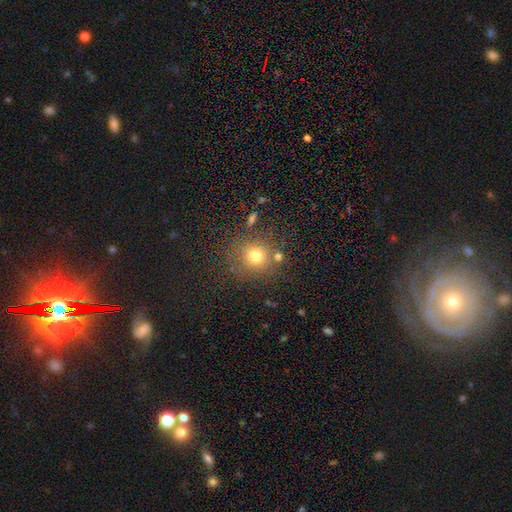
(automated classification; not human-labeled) Q: Smooth or featured?
A: smooth (74%); runner-up: star or artifact (17%)
Q: How rounded?
A: round (88%); runner-up: in between (11%)
Q: Merging?
A: none (76%); runner-up: minor disturbance (11%)